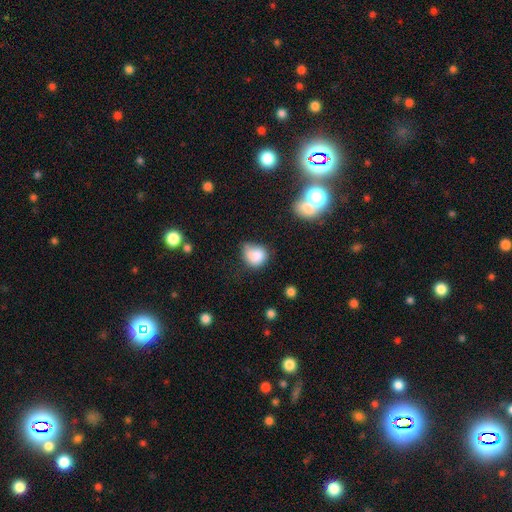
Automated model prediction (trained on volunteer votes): This is clearly a smooth galaxy (81%). How rounded: likely round (64%). Merging: marginally none (40%).